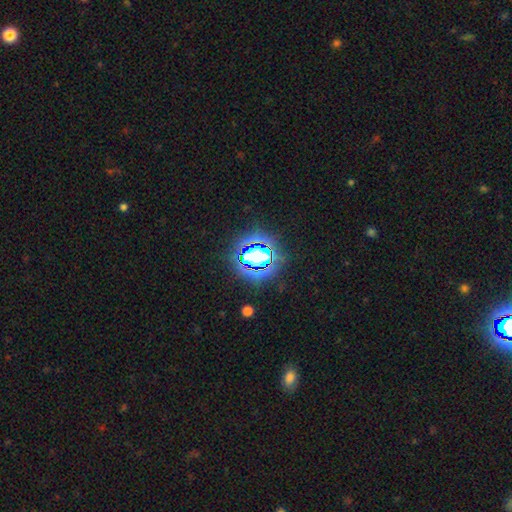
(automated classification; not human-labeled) This appears to be a star or artifact, not a galaxy (64%).